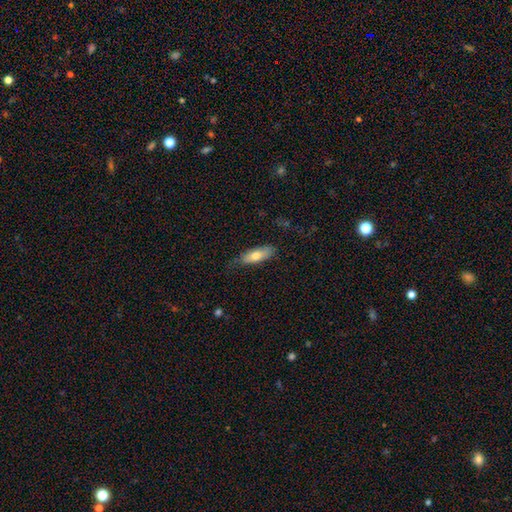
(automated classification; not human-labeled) This is likely a smooth galaxy (70%). How rounded: likely in between (70%). Merging: likely none (66%).